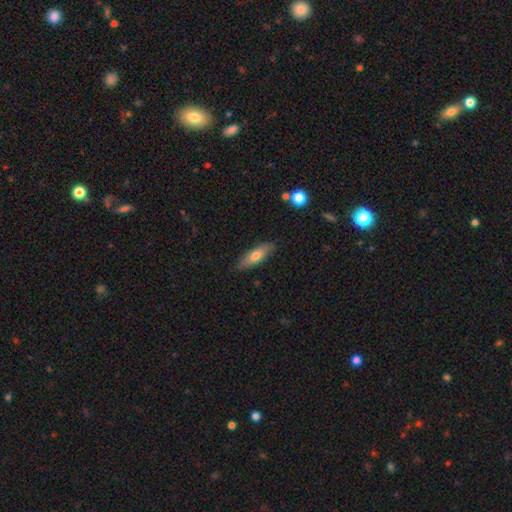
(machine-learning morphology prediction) This is likely a smooth galaxy (66%). How rounded: possibly cigar-shaped (53%). Merging: clearly none (87%).